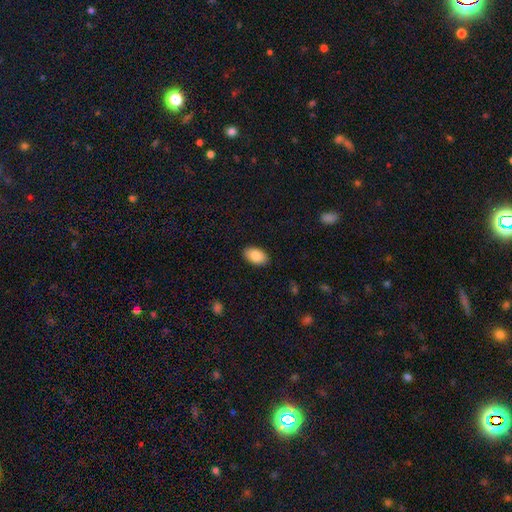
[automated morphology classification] Smooth or featured? Predicted: smooth (p=0.87). How rounded? Predicted: in between (p=0.94). Merging? Predicted: none (p=0.89).